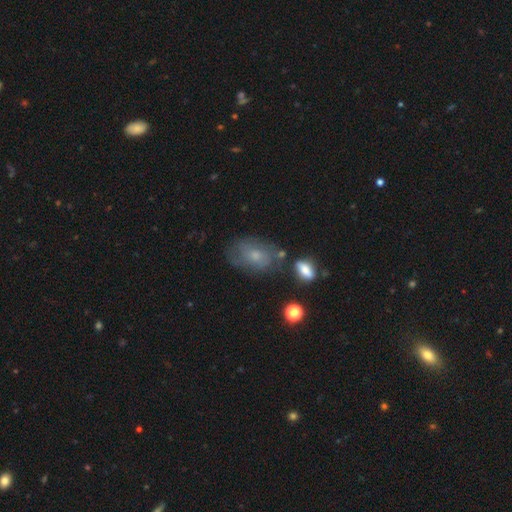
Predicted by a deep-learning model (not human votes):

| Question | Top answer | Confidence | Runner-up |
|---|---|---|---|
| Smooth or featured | smooth | 50% | featured or disk (38%) |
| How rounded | in between | 80% | round (19%) |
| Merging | none | 57% | minor disturbance (25%) |